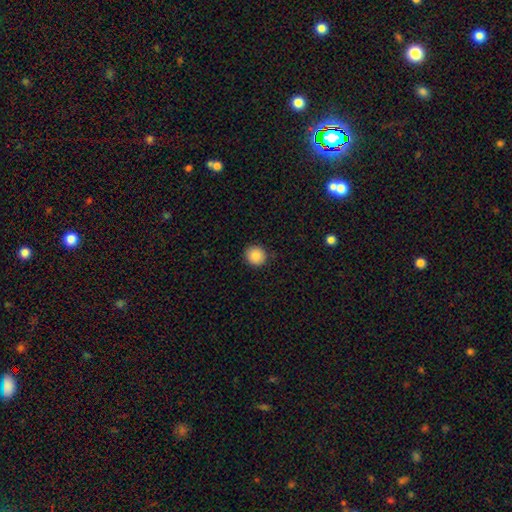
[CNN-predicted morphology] The model was most divided on "smooth or featured": smooth: 87%, star or artifact: 9%, featured or disk: 4%. More confident: how rounded — round (91%); merging — none (91%).